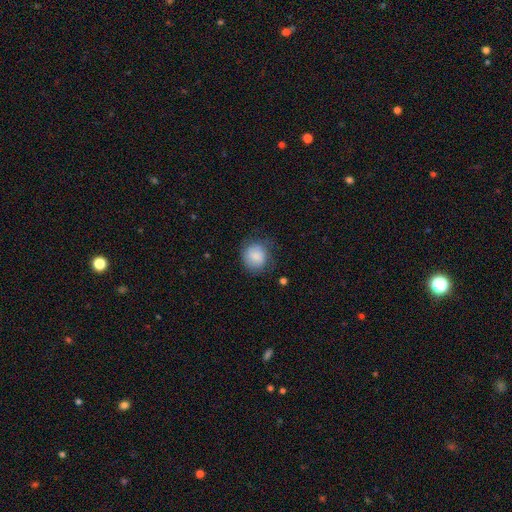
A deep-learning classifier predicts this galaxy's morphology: Smooth or featured?
  - smooth: 82% *
  - featured or disk: 10%
  - star or artifact: 7%
How rounded?
  - round: 79% *
  - in between: 20%
  - cigar-shaped: 1%
Merging?
  - none: 66% *
  - minor disturbance: 23%
  - major disturbance: 10%
  - merger: 1%